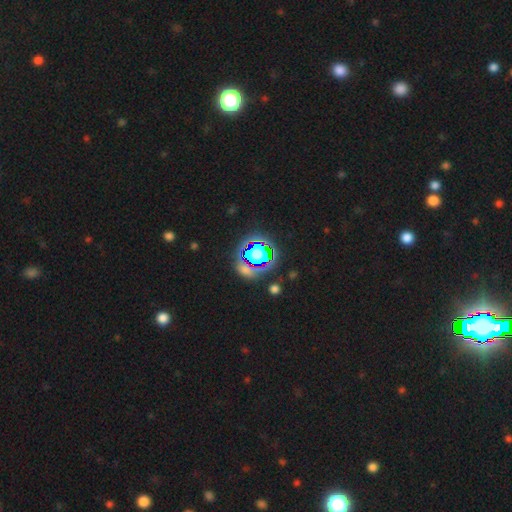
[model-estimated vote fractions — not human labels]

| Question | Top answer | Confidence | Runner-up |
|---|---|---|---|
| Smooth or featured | star or artifact | 55% | smooth (30%) |